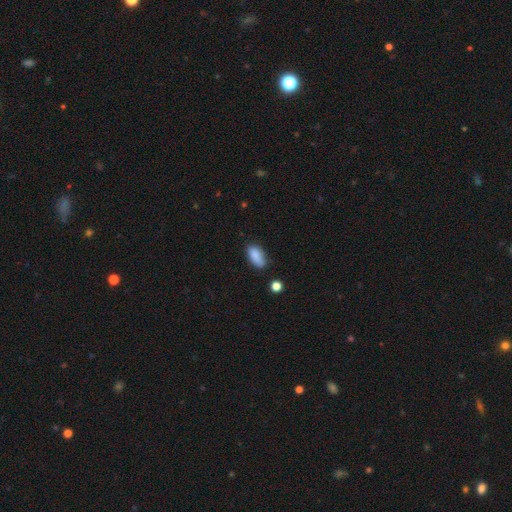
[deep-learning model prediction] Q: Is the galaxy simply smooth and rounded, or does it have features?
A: smooth — 86%.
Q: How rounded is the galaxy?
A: in between — 90%.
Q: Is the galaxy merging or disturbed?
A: none — 69%.